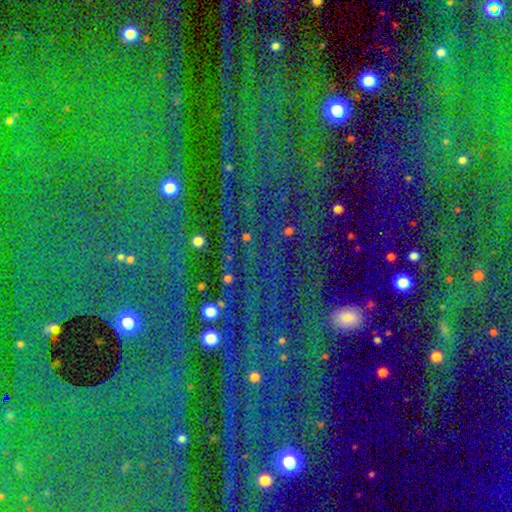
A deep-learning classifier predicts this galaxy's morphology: A star or artifact, not a galaxy (87%).